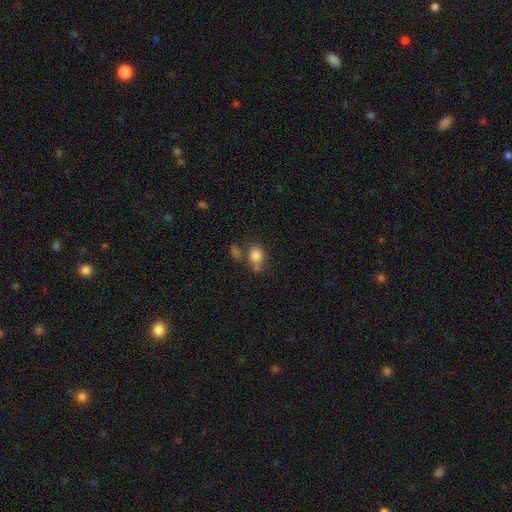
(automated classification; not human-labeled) Smooth or featured?
  - smooth: 82% *
  - star or artifact: 10%
  - featured or disk: 8%
How rounded?
  - round: 52% *
  - in between: 47%
  - cigar-shaped: 1%
Merging?
  - none: 51% *
  - merger: 24%
  - minor disturbance: 17%
  - major disturbance: 7%